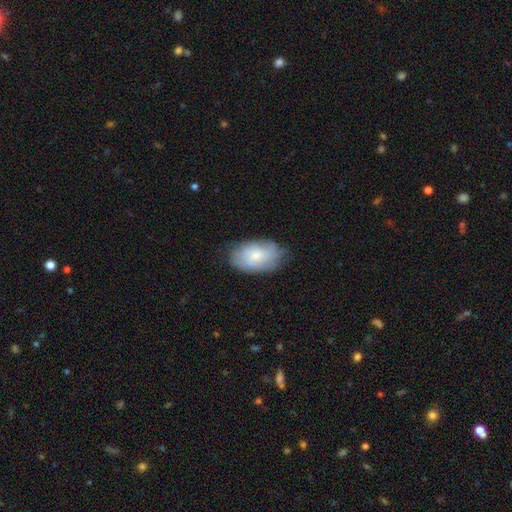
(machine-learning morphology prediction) A smooth galaxy with no disk features (60%) that is in between round and cigar-shaped (91%).

Vote fractions:
- Smooth or featured? smooth: 60% / featured or disk: 33% / star or artifact: 7%
- How rounded? in between: 91% / round: 7% / cigar-shaped: 1%
- Merging? none: 72% / minor disturbance: 21% / major disturbance: 5% / merger: 1%